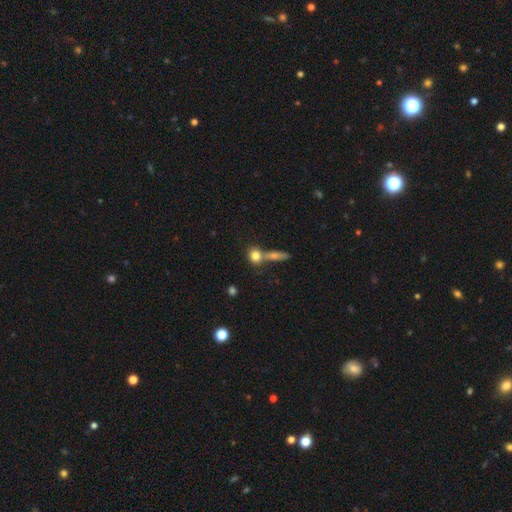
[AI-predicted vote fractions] smooth_or_featured: smooth (p=0.79) [alt: featured or disk p=0.11]
how_rounded: round (p=0.65) [alt: in between p=0.28]
merging: none (p=0.48) [alt: merger p=0.39]